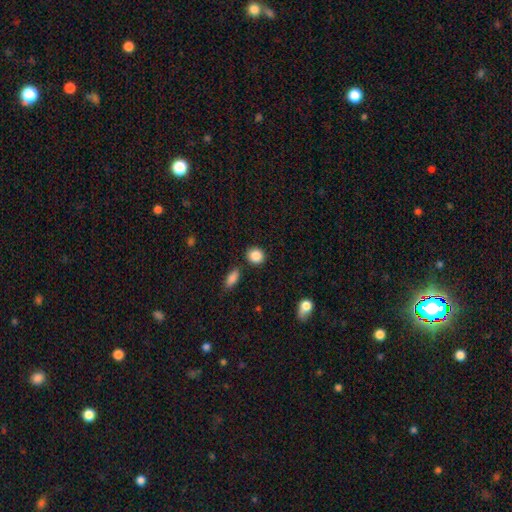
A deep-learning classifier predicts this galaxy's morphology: Q: Smooth or featured?
A: smooth (87%); runner-up: star or artifact (8%)
Q: How rounded?
A: round (76%); runner-up: in between (22%)
Q: Merging?
A: none (84%); runner-up: minor disturbance (8%)